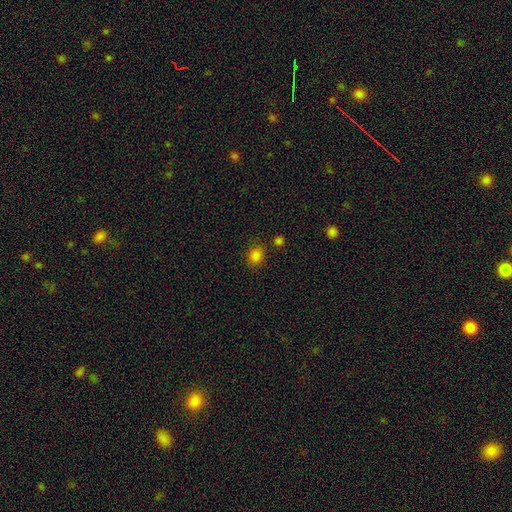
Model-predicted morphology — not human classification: smooth 82%, star or artifact 15%, featured or disk 4%. Down the decision tree: how rounded — round (51%); merging — none (77%).